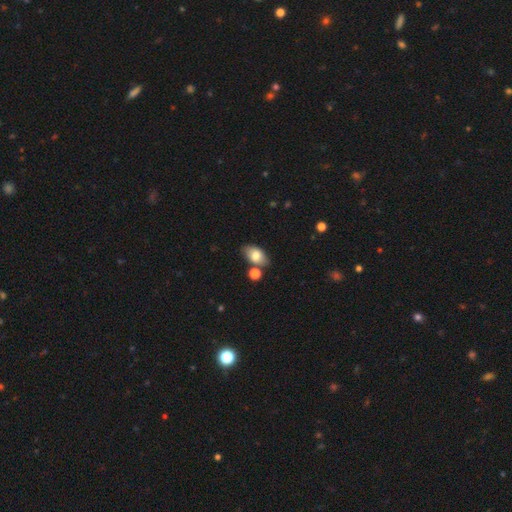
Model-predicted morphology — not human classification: smooth 77%, featured or disk 15%, star or artifact 8%. Down the decision tree: how rounded — in between (89%); merging — none (69%).